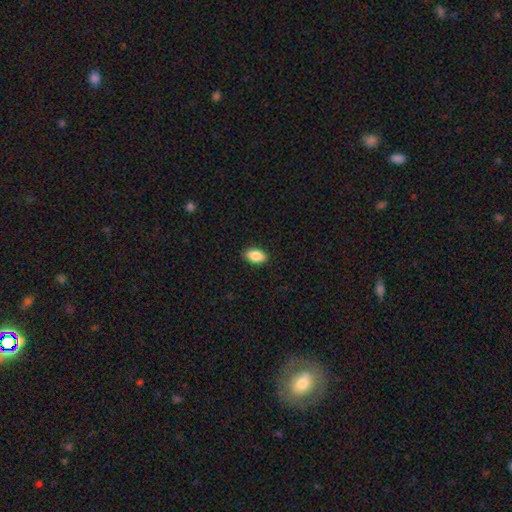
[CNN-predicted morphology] This is clearly a smooth galaxy (88%). How rounded: clearly in between (92%). Merging: clearly none (89%).